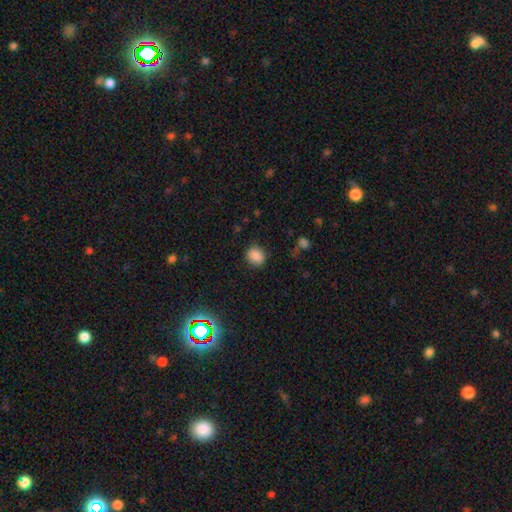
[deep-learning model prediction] Overall: smooth (85%). How rounded: round (72%). Merging: none (86%).